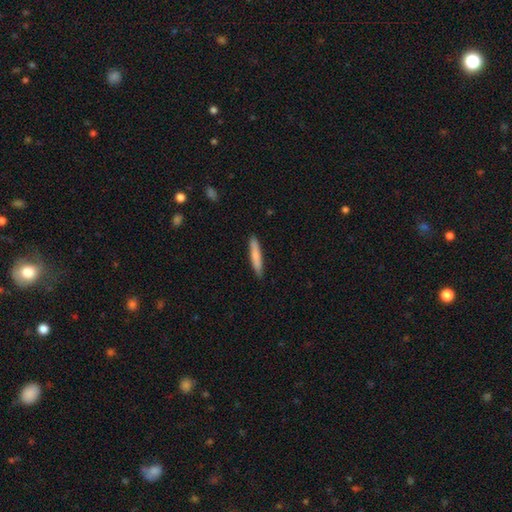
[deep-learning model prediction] Overall: smooth (78%). How rounded: cigar-shaped (92%). Merging: none (88%).